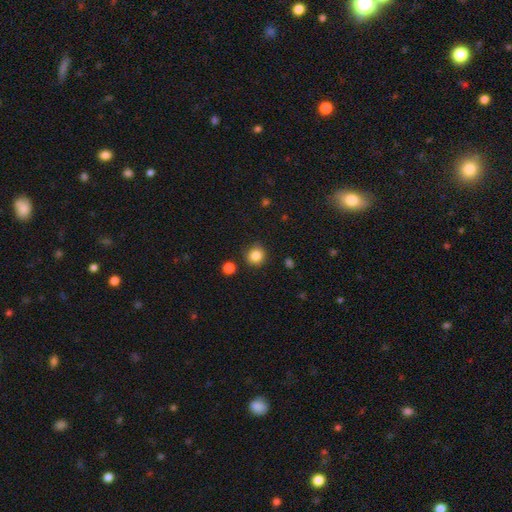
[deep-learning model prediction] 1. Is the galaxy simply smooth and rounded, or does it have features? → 85% smooth, 11% star or artifact, 4% featured or disk.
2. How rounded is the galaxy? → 88% round, 11% in between, 1% cigar-shaped.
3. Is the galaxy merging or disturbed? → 86% none, 9% minor disturbance, 3% merger, 2% major disturbance.